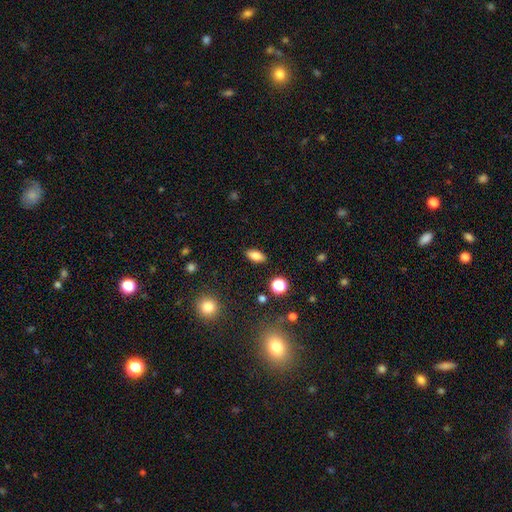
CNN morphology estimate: Q: Smooth or featured?
A: smooth (82%); runner-up: star or artifact (10%)
Q: How rounded?
A: in between (85%); runner-up: cigar-shaped (9%)
Q: Merging?
A: none (88%); runner-up: minor disturbance (9%)